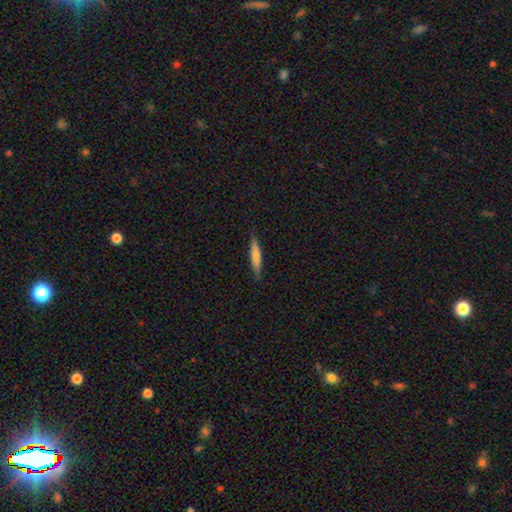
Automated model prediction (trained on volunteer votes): Smooth or featured? smooth (64%)
How rounded? cigar-shaped (93%)
Merging? none (89%)